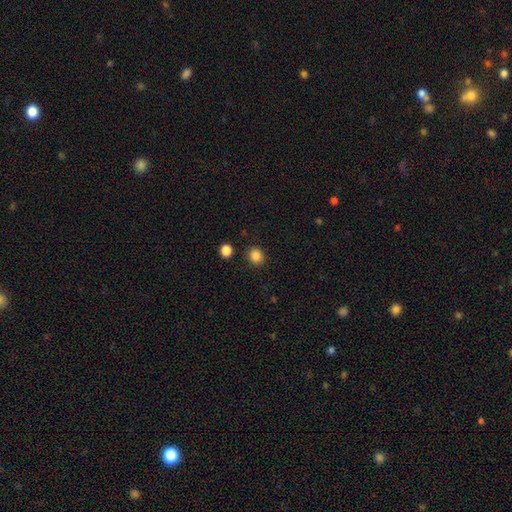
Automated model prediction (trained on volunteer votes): This appears to be a smooth galaxy with no disk features (86%) that is round (77%). Merging: none (88%).